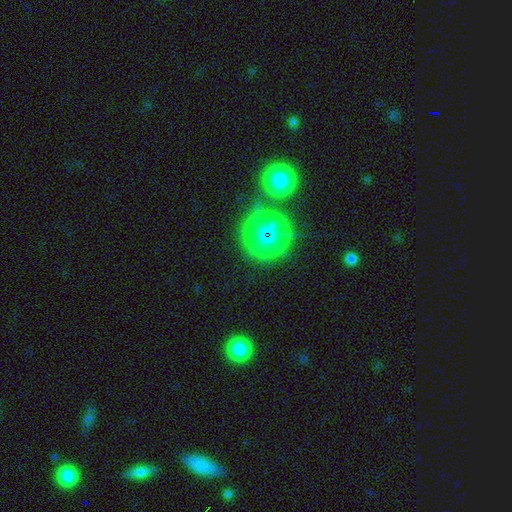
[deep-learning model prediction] star or artifact 76%, smooth 18%, featured or disk 6%.